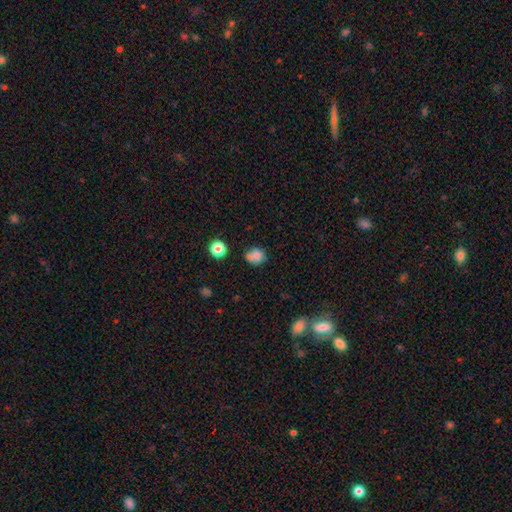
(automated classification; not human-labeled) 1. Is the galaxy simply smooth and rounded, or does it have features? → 76% smooth, 12% star or artifact, 12% featured or disk.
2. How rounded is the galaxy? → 76% round, 23% in between, 1% cigar-shaped.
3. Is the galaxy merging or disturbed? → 53% none, 21% minor disturbance, 20% merger, 7% major disturbance.